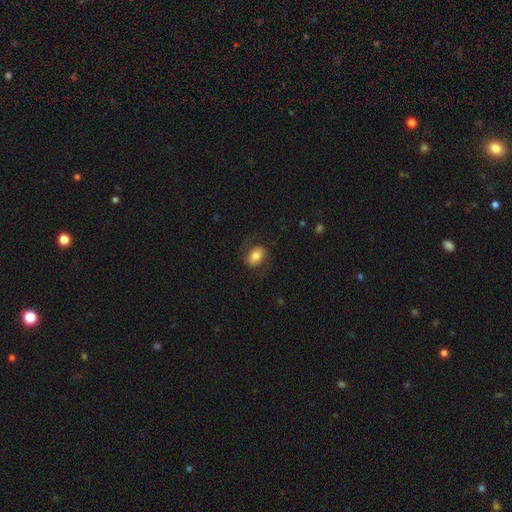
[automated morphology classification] Overall: smooth (74%). How rounded: in between (71%). Merging: none (76%).